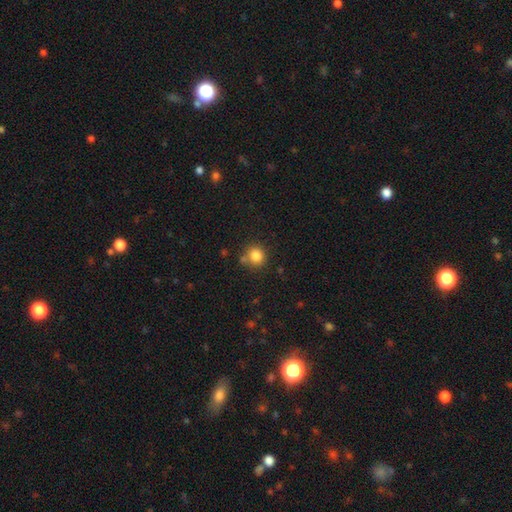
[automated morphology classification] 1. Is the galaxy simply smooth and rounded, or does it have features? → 84% smooth, 11% star or artifact, 5% featured or disk.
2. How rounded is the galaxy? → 89% round, 11% in between, 1% cigar-shaped.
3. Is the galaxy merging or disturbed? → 74% none, 12% minor disturbance, 11% merger, 4% major disturbance.